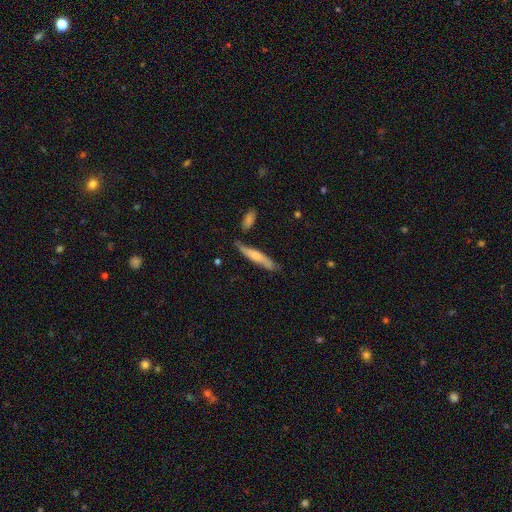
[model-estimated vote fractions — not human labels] Smooth or featured?
  - smooth: 58% *
  - featured or disk: 37%
  - star or artifact: 5%
How rounded?
  - cigar-shaped: 88% *
  - in between: 11%
  - round: 2%
Merging?
  - none: 70% *
  - minor disturbance: 19%
  - merger: 7%
  - major disturbance: 4%